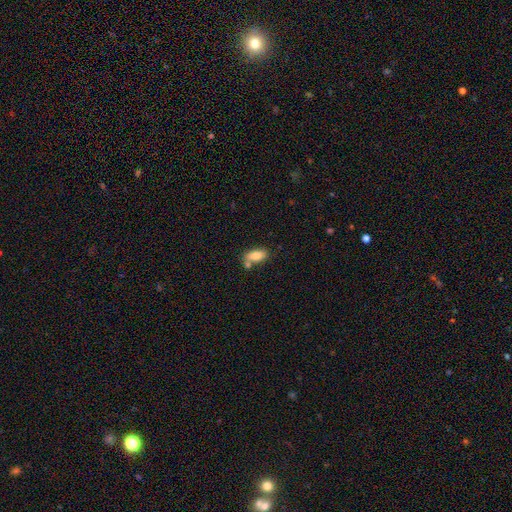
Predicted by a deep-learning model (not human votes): This appears to be a smooth galaxy with no disk features (83%) that is in between round and cigar-shaped (84%). Merging: none (53%).